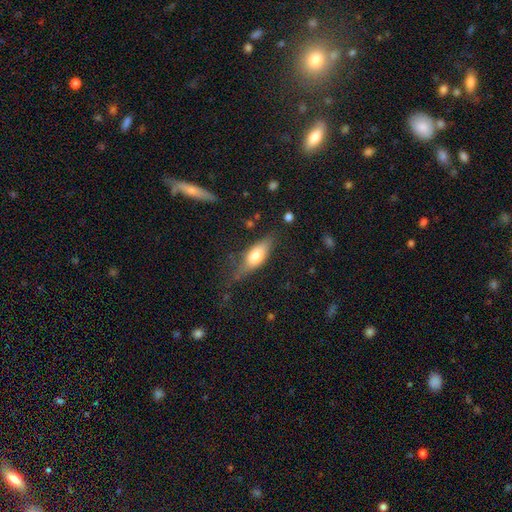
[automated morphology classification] smooth_or_featured: smooth (p=0.65) [alt: featured or disk p=0.29]
how_rounded: in between (p=0.68) [alt: cigar-shaped p=0.29]
merging: none (p=0.55) [alt: minor disturbance p=0.29]